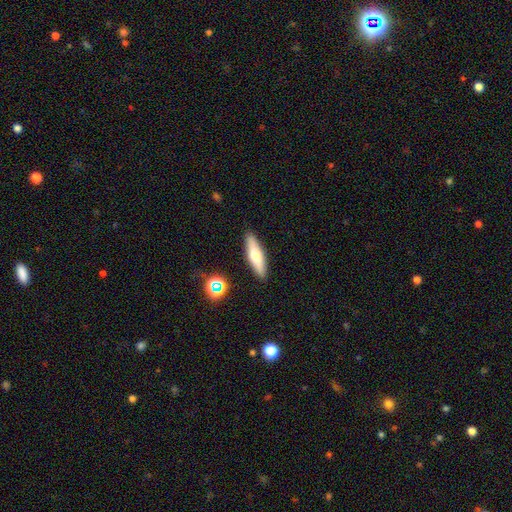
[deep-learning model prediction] smooth-or-featured: smooth: 62% | featured or disk: 31% | star or artifact: 7%
  how-rounded: cigar-shaped: 67% | in between: 31% | round: 2%
  merging: none: 89% | minor disturbance: 8% | merger: 2% | major disturbance: 2%